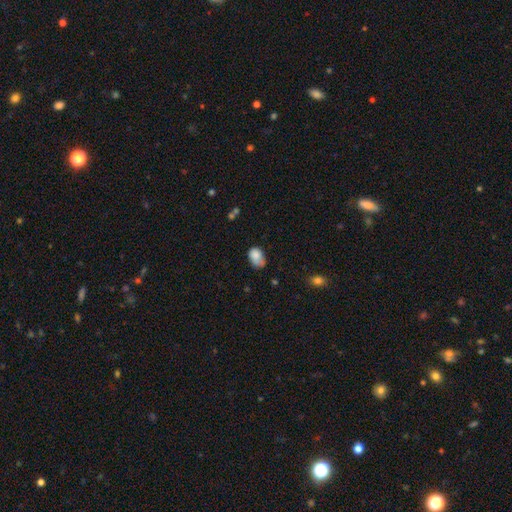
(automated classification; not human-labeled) This is clearly a smooth galaxy (80%). How rounded: clearly in between (81%). Merging: marginally none (43%).